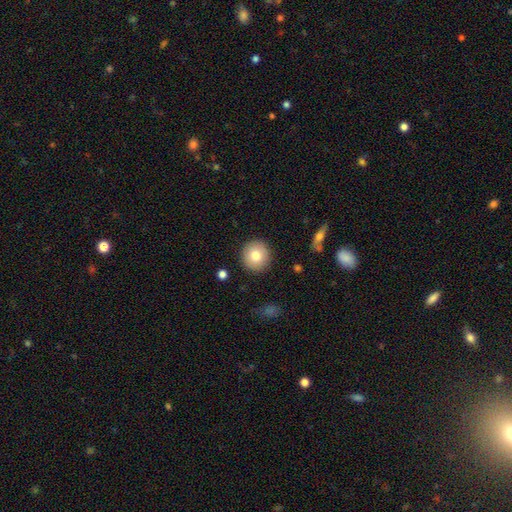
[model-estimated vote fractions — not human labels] This appears to be a smooth galaxy with no disk features (78%) that is round (93%). Merging: none (91%).